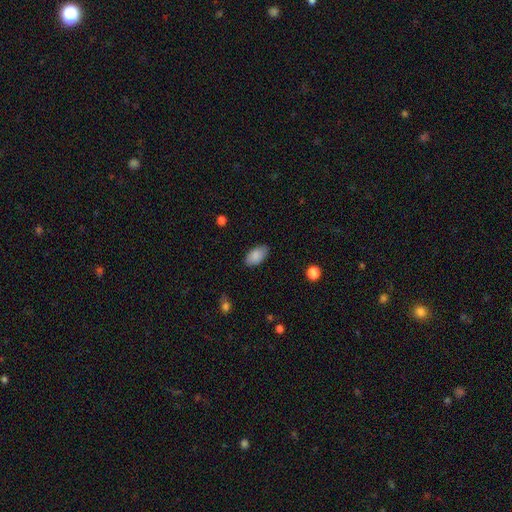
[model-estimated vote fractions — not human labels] A smooth galaxy with no disk features (88%) that is in between round and cigar-shaped (94%).

Vote fractions:
- Smooth or featured? smooth: 88% / star or artifact: 7% / featured or disk: 6%
- How rounded? in between: 94% / round: 4% / cigar-shaped: 2%
- Merging? none: 83% / minor disturbance: 13% / major disturbance: 3% / merger: 1%